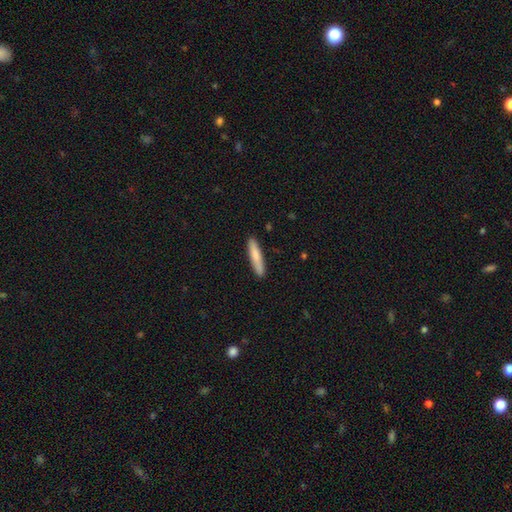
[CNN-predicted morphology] Overall: smooth (79%). How rounded: cigar-shaped (89%). Merging: none (89%).